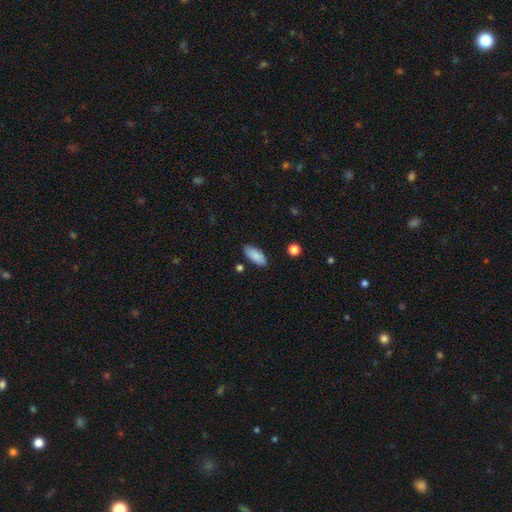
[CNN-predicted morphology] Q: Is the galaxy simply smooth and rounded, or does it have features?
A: smooth — 88%.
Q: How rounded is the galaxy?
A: in between — 86%.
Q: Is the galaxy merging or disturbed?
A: none — 86%.